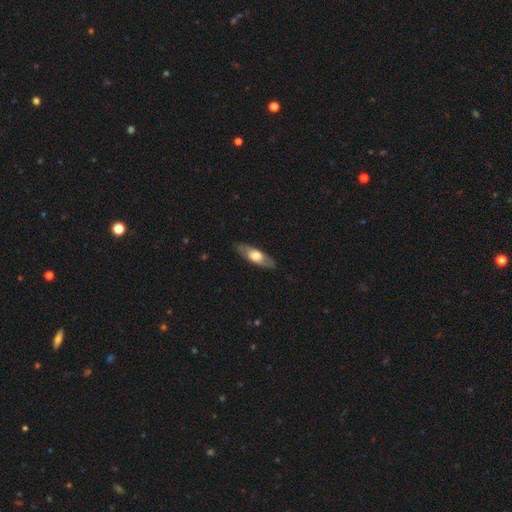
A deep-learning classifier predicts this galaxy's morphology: Q: Smooth or featured?
A: smooth (50%); runner-up: featured or disk (45%)
Q: How rounded?
A: in between (60%); runner-up: cigar-shaped (37%)
Q: Merging?
A: none (84%); runner-up: minor disturbance (12%)